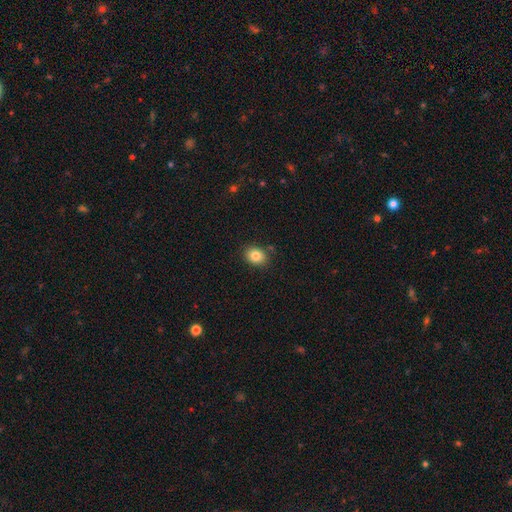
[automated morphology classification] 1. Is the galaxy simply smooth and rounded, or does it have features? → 84% smooth, 10% star or artifact, 7% featured or disk.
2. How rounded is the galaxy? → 51% in between, 49% round, 1% cigar-shaped.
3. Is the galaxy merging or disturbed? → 85% none, 10% minor disturbance, 2% merger, 2% major disturbance.